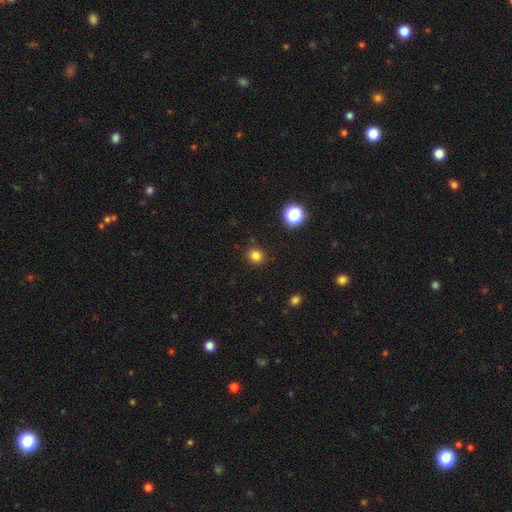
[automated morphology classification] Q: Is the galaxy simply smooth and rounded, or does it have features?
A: smooth — 81%.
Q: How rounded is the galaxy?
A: round — 78%.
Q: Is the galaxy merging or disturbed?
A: none — 88%.